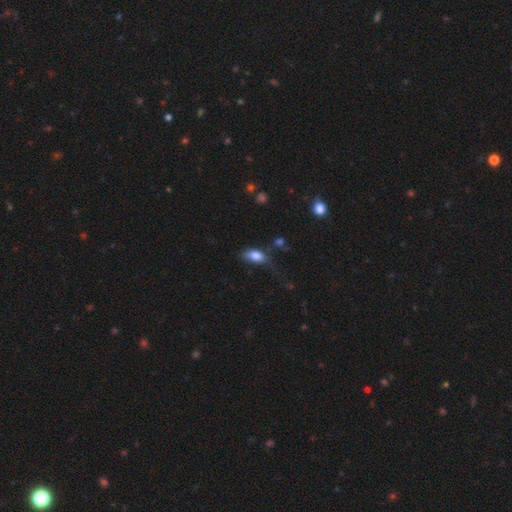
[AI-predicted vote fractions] Smooth or featured? Predicted: smooth (p=0.79). How rounded? Predicted: in between (p=0.87). Merging? Predicted: none (p=0.34).